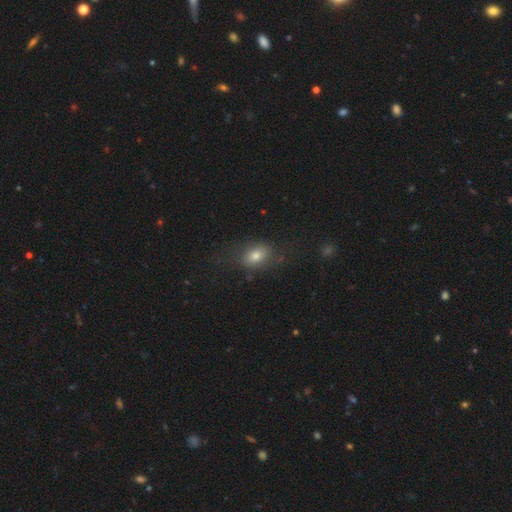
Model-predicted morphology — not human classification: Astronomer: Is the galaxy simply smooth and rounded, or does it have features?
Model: smooth — 73%.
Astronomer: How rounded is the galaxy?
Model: in between — 76%.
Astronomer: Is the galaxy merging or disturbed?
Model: none — 67%.